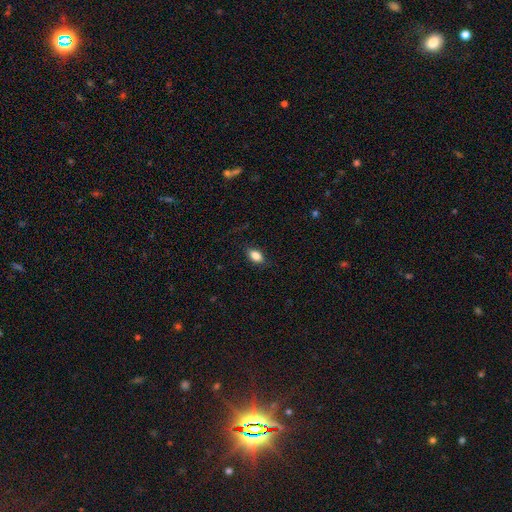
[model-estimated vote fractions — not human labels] Smooth or featured?
  - smooth: 84% *
  - star or artifact: 8%
  - featured or disk: 8%
How rounded?
  - in between: 87% *
  - round: 9%
  - cigar-shaped: 4%
Merging?
  - none: 82% *
  - minor disturbance: 13%
  - major disturbance: 4%
  - merger: 1%